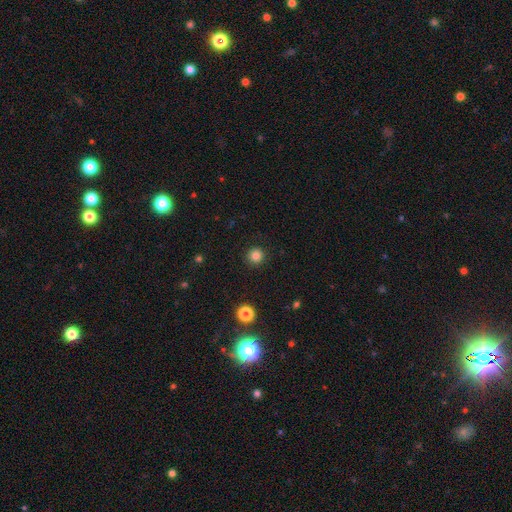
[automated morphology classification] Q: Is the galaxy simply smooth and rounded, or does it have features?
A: smooth — 83%.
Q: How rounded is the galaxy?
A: round — 95%.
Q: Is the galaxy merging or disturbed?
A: none — 92%.